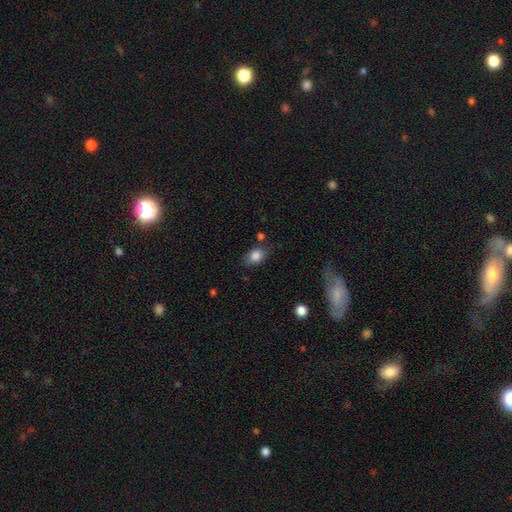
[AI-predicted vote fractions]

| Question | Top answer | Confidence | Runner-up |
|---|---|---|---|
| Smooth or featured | smooth | 84% | star or artifact (9%) |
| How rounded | in between | 69% | round (29%) |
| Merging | none | 71% | minor disturbance (19%) |